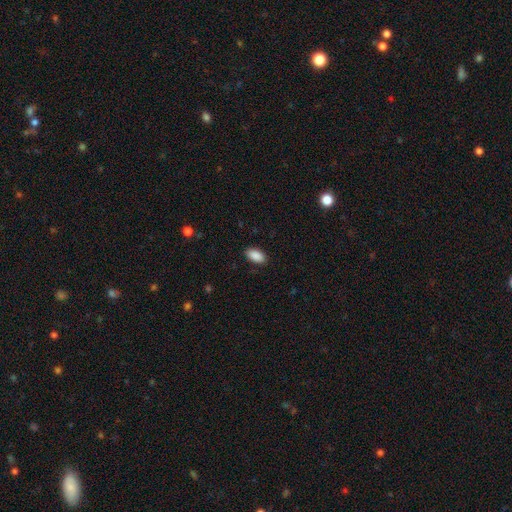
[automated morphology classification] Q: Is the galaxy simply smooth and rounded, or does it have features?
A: smooth — 90%.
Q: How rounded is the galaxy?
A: in between — 94%.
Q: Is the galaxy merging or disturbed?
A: none — 87%.